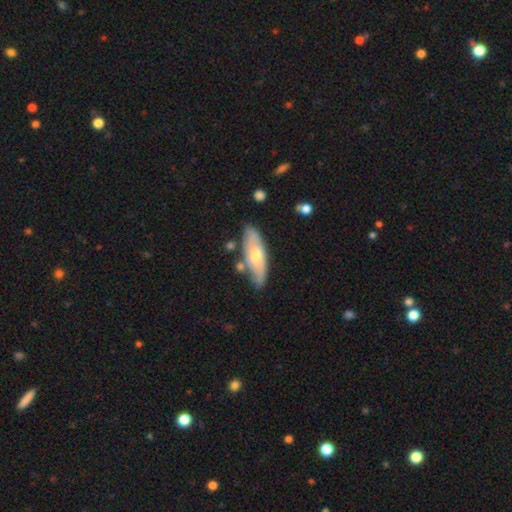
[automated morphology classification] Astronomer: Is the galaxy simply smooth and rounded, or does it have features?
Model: smooth — 48% (runner-up: featured or disk, 46%).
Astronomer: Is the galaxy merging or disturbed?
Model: none — 73%.